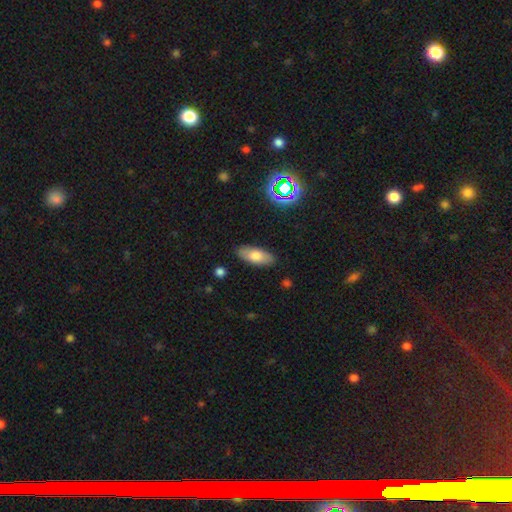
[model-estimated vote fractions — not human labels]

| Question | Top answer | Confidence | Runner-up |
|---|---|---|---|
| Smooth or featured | smooth | 73% | featured or disk (19%) |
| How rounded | in between | 81% | cigar-shaped (16%) |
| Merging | none | 87% | minor disturbance (10%) |